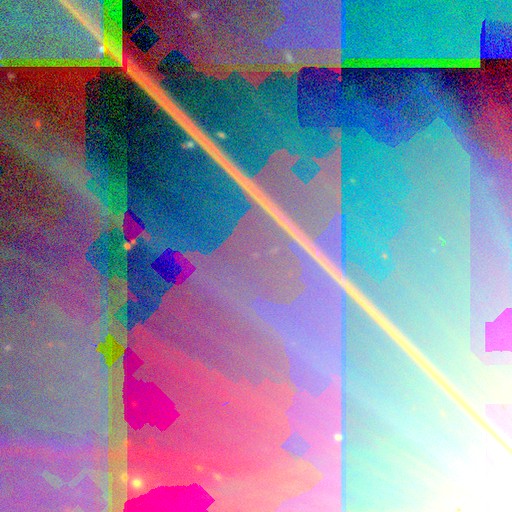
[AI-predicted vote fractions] Smooth or featured: star or artifact — 88% (featured or disk — 8%)